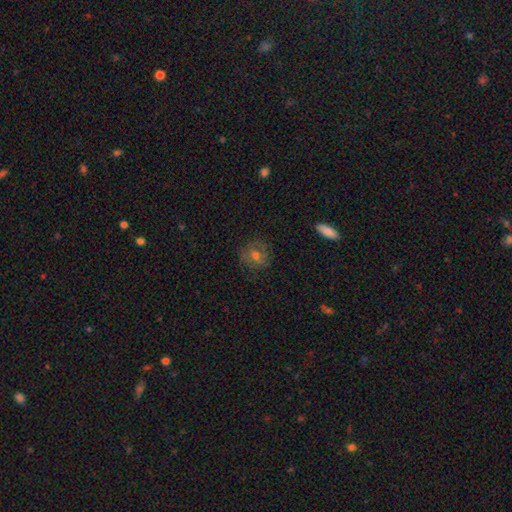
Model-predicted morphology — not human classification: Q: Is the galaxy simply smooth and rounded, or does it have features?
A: smooth — 54%.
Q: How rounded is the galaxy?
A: round — 78%.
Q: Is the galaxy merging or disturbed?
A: none — 79%.